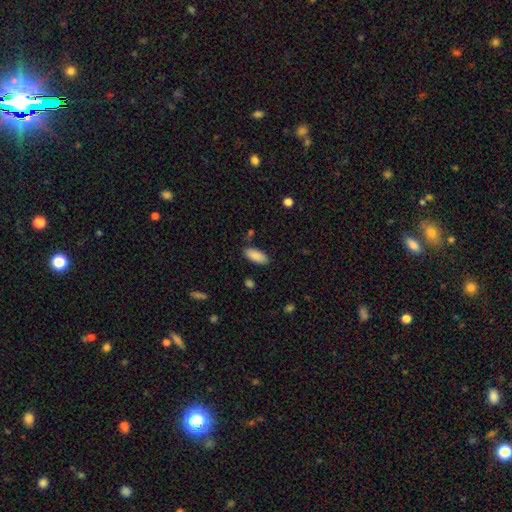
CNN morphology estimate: Smooth or featured? smooth (88%)
How rounded? in between (87%)
Merging? none (84%)